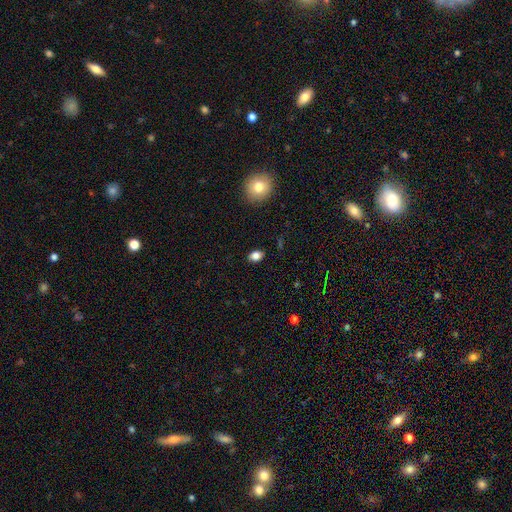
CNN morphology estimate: The model was most divided on "how rounded": in between: 79%, round: 20%, cigar-shaped: 2%. More confident: merging — none (87%); smooth or featured — smooth (83%).